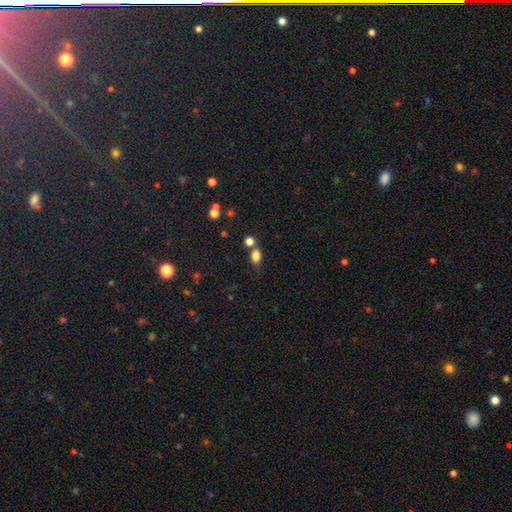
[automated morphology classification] This is clearly a smooth galaxy (81%). How rounded: likely in between (69%). Merging: likely none (60%).